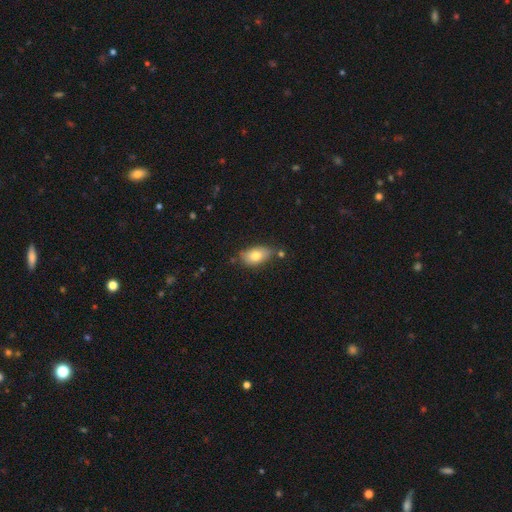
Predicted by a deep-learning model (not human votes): Morphology: type=smooth (77%); roundness=in between (90%); merging=none (69%).